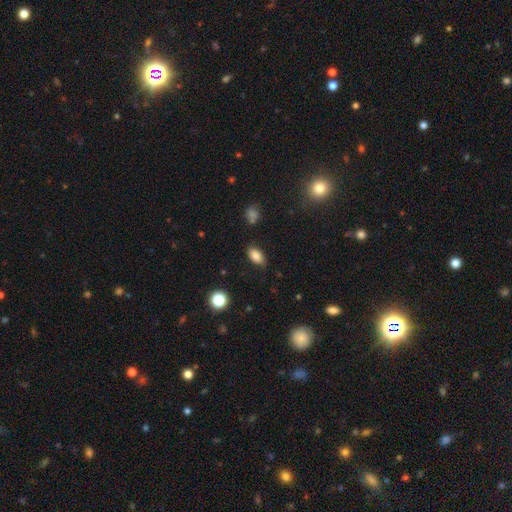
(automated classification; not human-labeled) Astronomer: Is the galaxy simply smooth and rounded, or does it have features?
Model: smooth — 83%.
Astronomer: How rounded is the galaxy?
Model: in between — 91%.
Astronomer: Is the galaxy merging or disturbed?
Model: none — 82%.